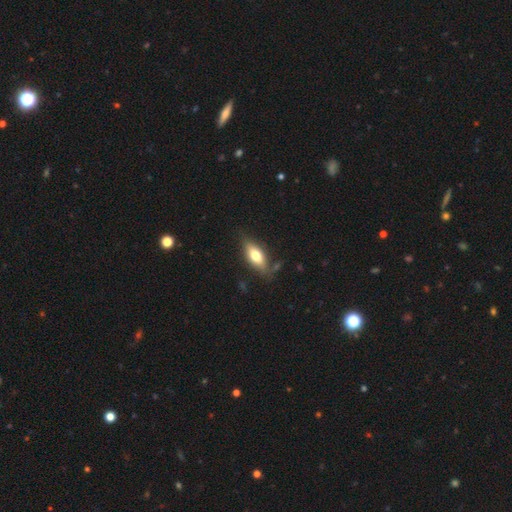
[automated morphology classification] smooth-or-featured: smooth: 66% | featured or disk: 27% | star or artifact: 6%
  how-rounded: in between: 77% | cigar-shaped: 20% | round: 3%
  merging: none: 75% | minor disturbance: 18% | major disturbance: 4% | merger: 3%